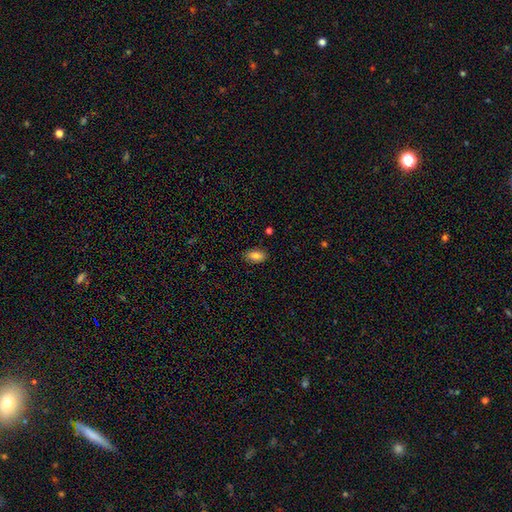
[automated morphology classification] The model was most divided on "smooth or featured": smooth: 82%, featured or disk: 10%, star or artifact: 8%. More confident: how rounded — in between (91%); merging — none (86%).